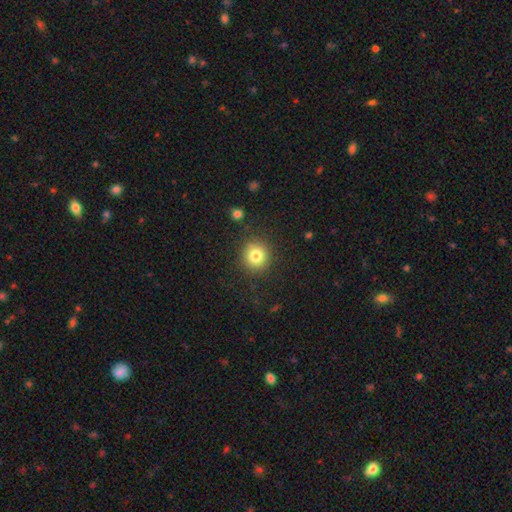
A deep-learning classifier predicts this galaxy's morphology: type=smooth (81%); roundness=round (90%); merging=none (88%).